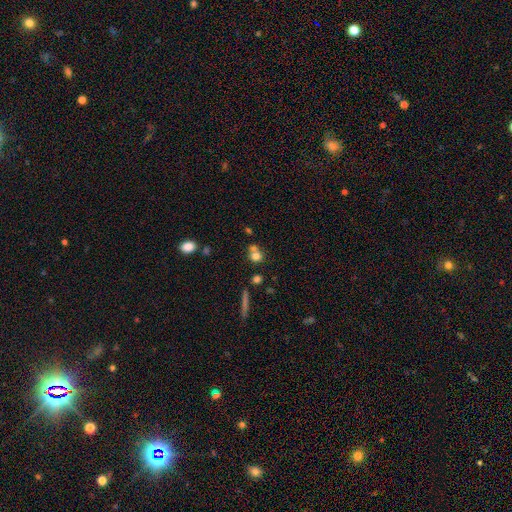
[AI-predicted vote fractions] Morphology: type=smooth (73%); roundness=round (82%); merging=merger (45%).